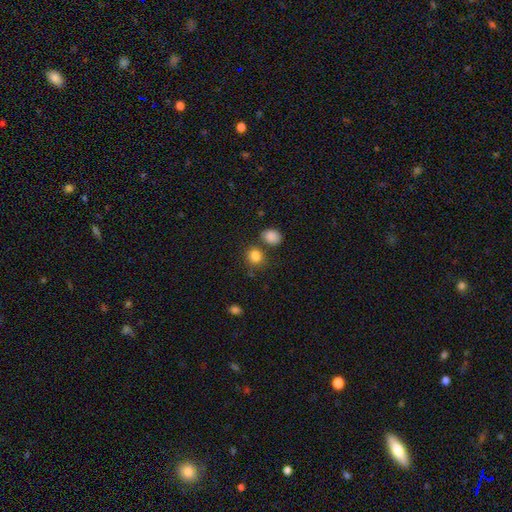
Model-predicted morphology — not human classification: This appears to be a smooth galaxy with no disk features (84%) that is round (64%). Merging: none (64%).